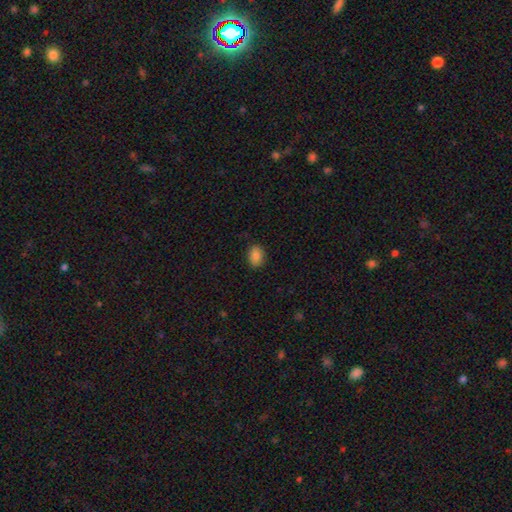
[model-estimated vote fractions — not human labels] Smooth or featured? Predicted: smooth (p=0.85). How rounded? Predicted: in between (p=0.71). Merging? Predicted: none (p=0.87).